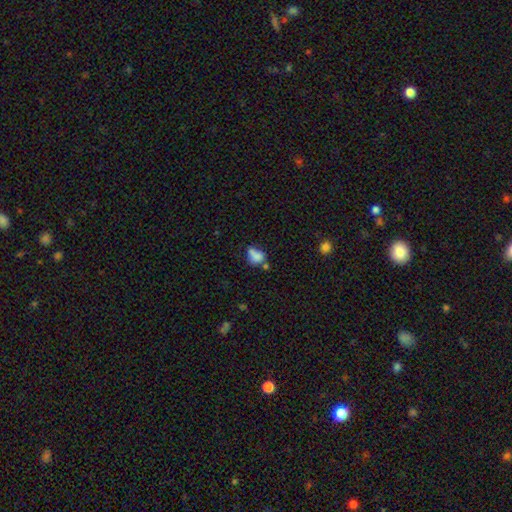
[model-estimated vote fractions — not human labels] Smooth or featured? Predicted: smooth (p=0.73). How rounded? Predicted: in between (p=0.68). Merging? Predicted: merger (p=0.31, tied with none).